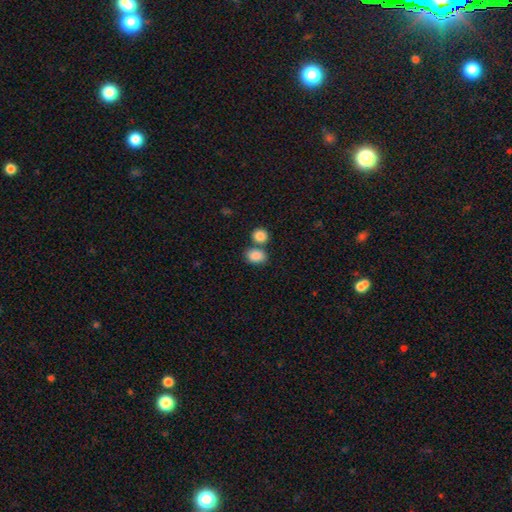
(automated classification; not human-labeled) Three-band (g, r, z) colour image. It shows a smooth galaxy with no disk features (87%) that is in between round and cigar-shaped (66%). Merging: none (57%).